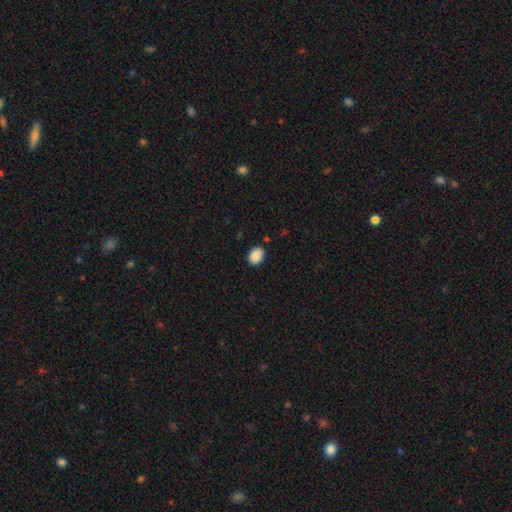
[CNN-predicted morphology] smooth 89%, star or artifact 8%, featured or disk 3%. Down the decision tree: how rounded — in between (69%); merging — none (86%).